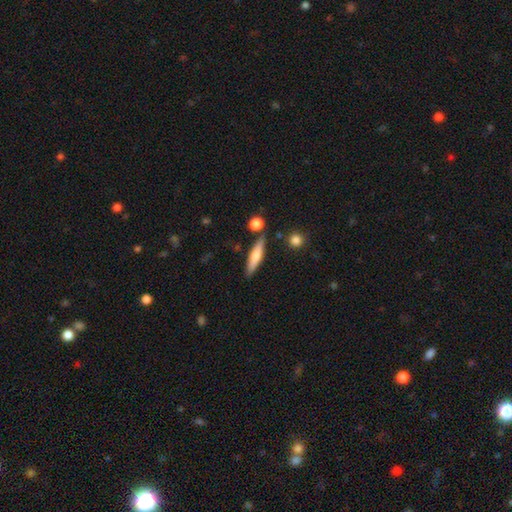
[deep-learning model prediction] This is possibly a smooth galaxy (58%). How rounded: clearly cigar-shaped (82%). Merging: clearly none (82%).